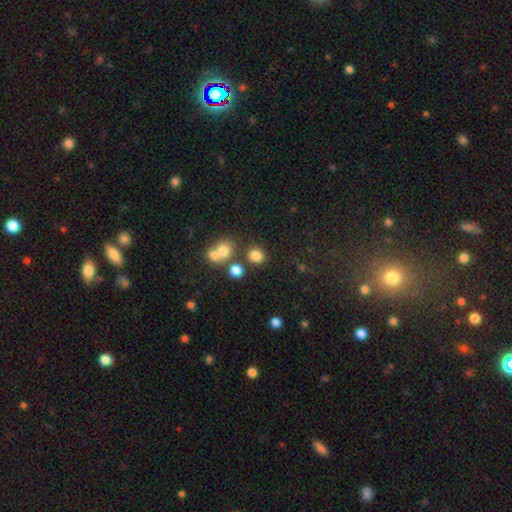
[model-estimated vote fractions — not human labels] Smooth or featured: smooth — 80% (star or artifact — 13%)
How rounded: round — 84% (in between — 15%)
Merging: none — 73% (merger — 14%)